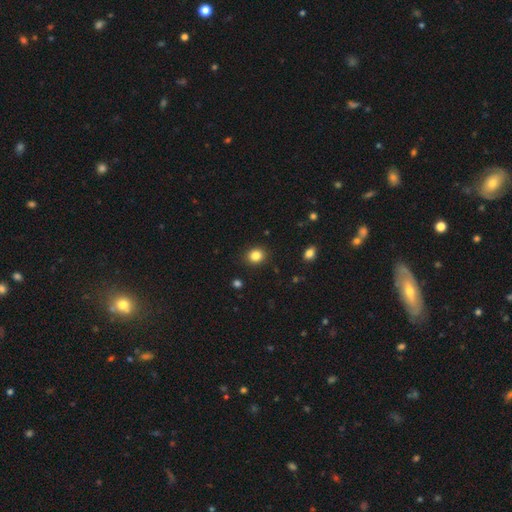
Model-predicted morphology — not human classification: Q: Smooth or featured?
A: smooth (84%); runner-up: star or artifact (11%)
Q: How rounded?
A: round (74%); runner-up: in between (25%)
Q: Merging?
A: none (90%); runner-up: minor disturbance (7%)